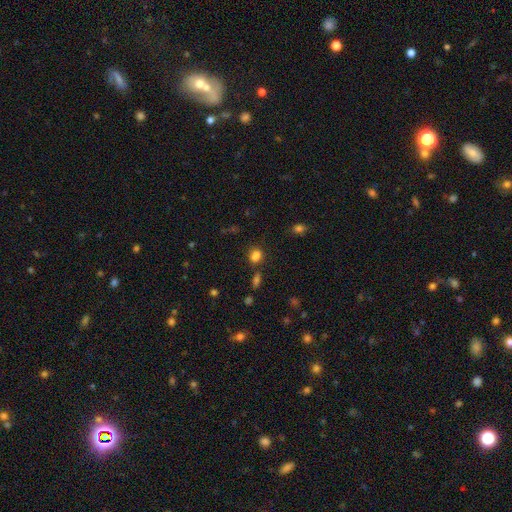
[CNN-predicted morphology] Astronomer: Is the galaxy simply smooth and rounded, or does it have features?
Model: smooth — 76%.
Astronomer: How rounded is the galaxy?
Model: round — 58% (runner-up: in between, 40%).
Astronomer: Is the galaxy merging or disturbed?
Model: none — 59%.